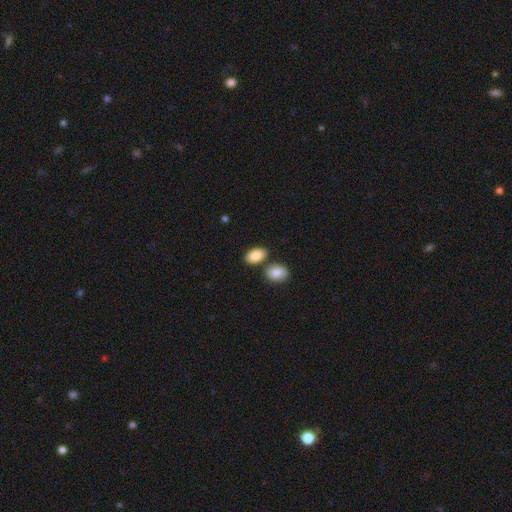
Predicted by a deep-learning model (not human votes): smooth 86%, featured or disk 7%, star or artifact 7%. Down the decision tree: how rounded — in between (91%); merging — none (68%).